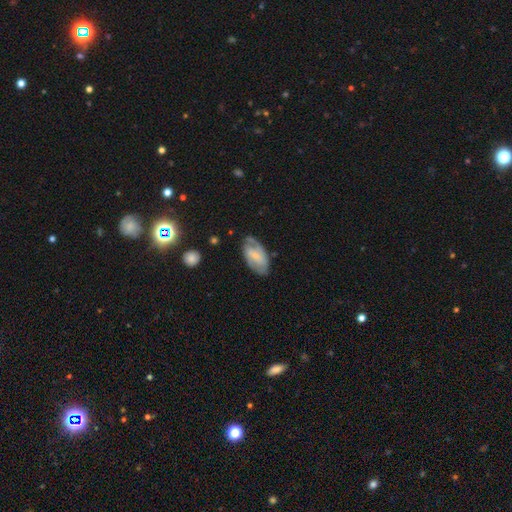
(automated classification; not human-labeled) Smooth or featured?
  - featured or disk: 62% *
  - smooth: 32%
  - star or artifact: 6%
Edge-on disk?
  - no: 94% *
  - yes: 6%
Bar?
  - weak: 43% *
  - no: 37%
  - strong: 19%
Spiral arms?
  - yes: 81% *
  - no: 19%
Bulge size?
  - small: 65% *
  - moderate: 24%
  - none: 8%
  - large: 2%
  - dominant: 1%
Merging?
  - none: 65% *
  - minor disturbance: 24%
  - major disturbance: 9%
  - merger: 2%